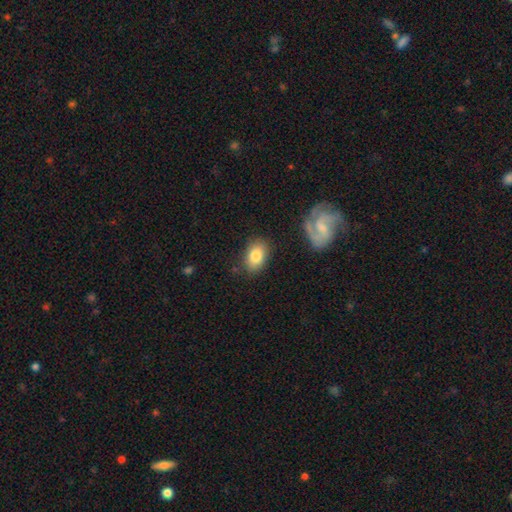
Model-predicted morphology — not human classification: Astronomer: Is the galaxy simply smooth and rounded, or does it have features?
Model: smooth — 81%.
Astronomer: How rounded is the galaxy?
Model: in between — 88%.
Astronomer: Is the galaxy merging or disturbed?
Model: none — 80%.